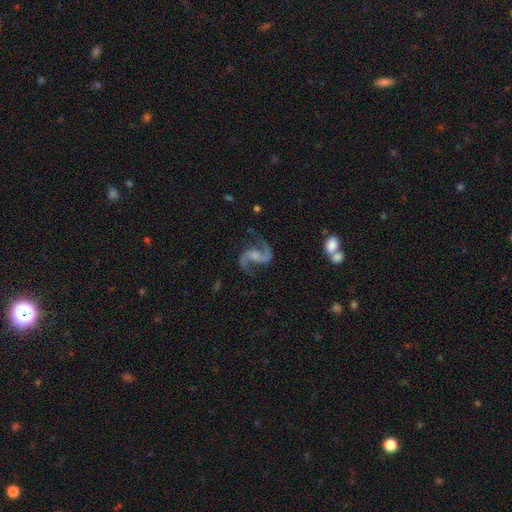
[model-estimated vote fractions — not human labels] smooth_or_featured: featured or disk (p=0.91) [alt: star or artifact p=0.05]
disk_edge_on: no (p=0.98) [alt: yes p=0.02]
bar: no (p=0.45) [alt: weak p=0.42]
has_spiral_arms: yes (p=0.98) [alt: no p=0.02]
spiral_winding: loose (p=0.55) [alt: medium p=0.40]
spiral_arm_count: 2 (p=0.94) [alt: 1 p=0.02]
bulge_size: none (p=0.32) [alt: moderate p=0.30]
merging: none (p=0.76) [alt: minor disturbance p=0.14]